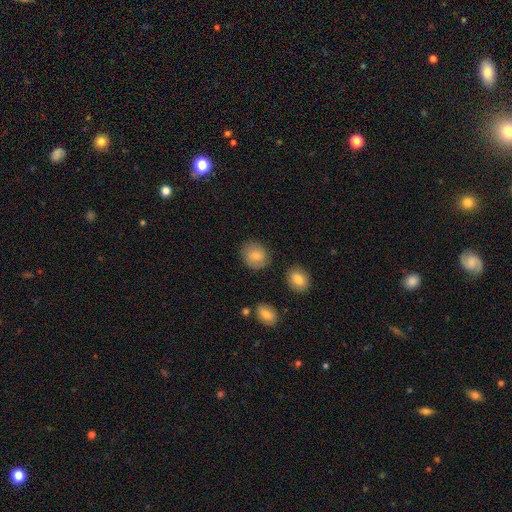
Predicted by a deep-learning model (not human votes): smooth 76%, featured or disk 16%, star or artifact 8%. Down the decision tree: how rounded — round (71%); merging — none (81%).